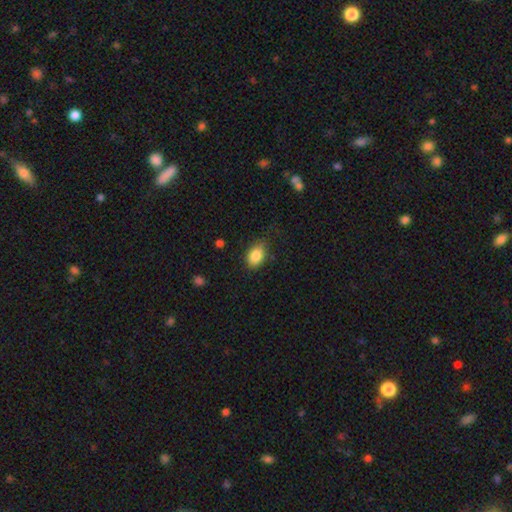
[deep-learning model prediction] This is clearly a smooth galaxy (86%). How rounded: clearly in between (82%). Merging: likely none (72%).